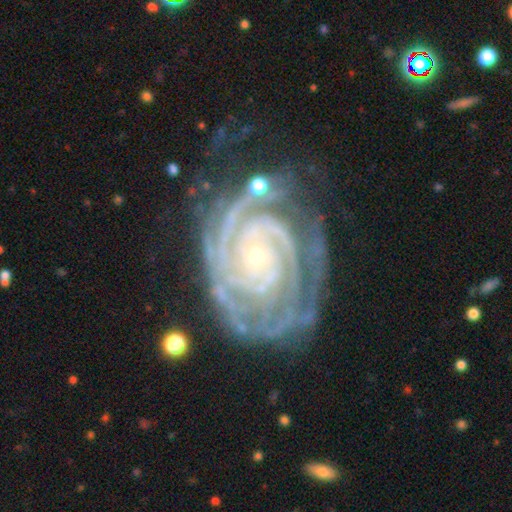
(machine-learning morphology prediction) Q: Smooth or featured?
A: featured or disk (92%); runner-up: star or artifact (5%)
Q: Edge-on disk?
A: no (98%); runner-up: yes (2%)
Q: Bar?
A: no (77%); runner-up: weak (14%)
Q: Spiral arms?
A: yes (98%); runner-up: no (2%)
Q: Spiral winding?
A: tight (84%); runner-up: medium (14%)
Q: Spiral arm count?
A: 2 (25%); runner-up: 3 (24%)
Q: Bulge size?
A: small (84%); runner-up: moderate (13%)
Q: Merging?
A: none (59%); runner-up: minor disturbance (24%)